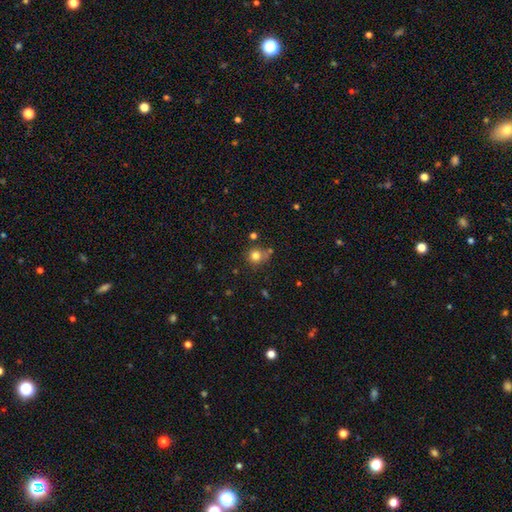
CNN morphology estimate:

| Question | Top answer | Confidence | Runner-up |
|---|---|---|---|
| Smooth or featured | smooth | 79% | star or artifact (13%) |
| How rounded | round | 88% | in between (11%) |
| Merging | none | 68% | minor disturbance (16%) |